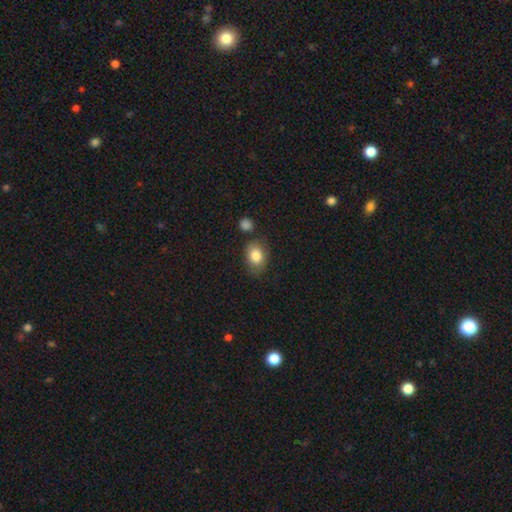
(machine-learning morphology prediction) Smooth or featured? smooth (83%)
How rounded? in between (70%)
Merging? none (69%)